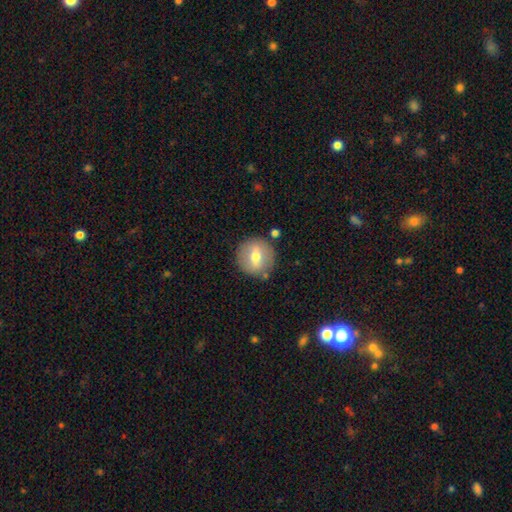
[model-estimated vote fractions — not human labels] smooth_or_featured: smooth (p=0.59) [alt: featured or disk p=0.33]
how_rounded: round (p=0.92) [alt: in between p=0.07]
merging: none (p=0.84) [alt: minor disturbance p=0.09]